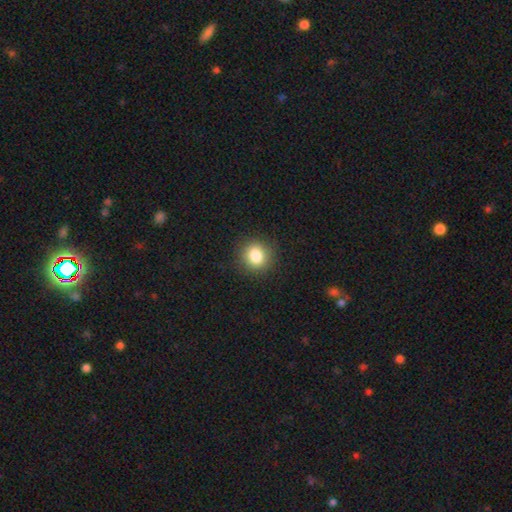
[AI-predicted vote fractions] smooth_or_featured: smooth (p=0.84) [alt: star or artifact p=0.10]
how_rounded: round (p=0.85) [alt: in between p=0.14]
merging: none (p=0.90) [alt: minor disturbance p=0.07]